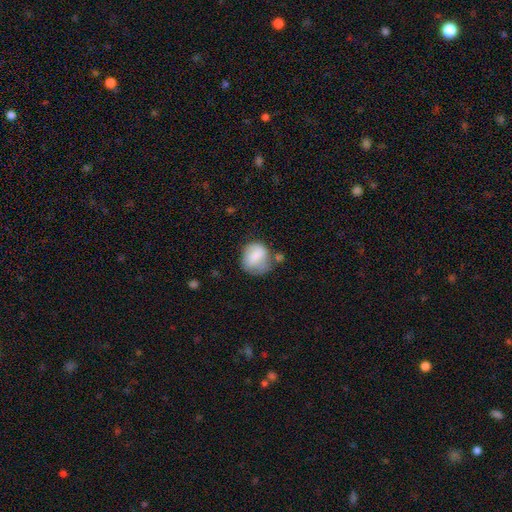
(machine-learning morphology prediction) Smooth or featured? Predicted: smooth (p=0.75). How rounded? Predicted: round (p=0.72). Merging? Predicted: none (p=0.46).